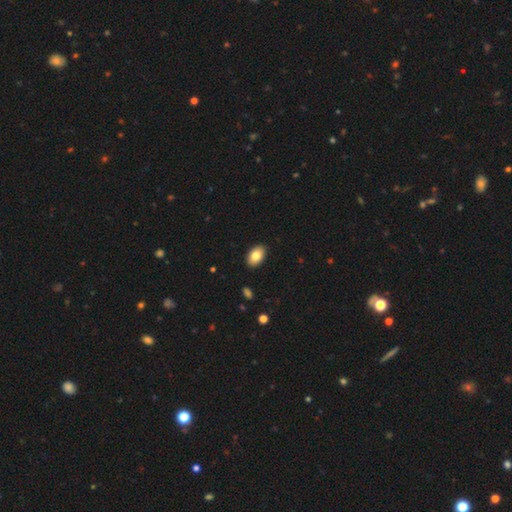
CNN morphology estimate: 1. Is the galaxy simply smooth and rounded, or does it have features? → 83% smooth, 10% featured or disk, 7% star or artifact.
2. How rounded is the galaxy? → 91% in between, 8% round, 1% cigar-shaped.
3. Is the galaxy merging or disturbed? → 90% none, 7% minor disturbance, 2% major disturbance, 1% merger.